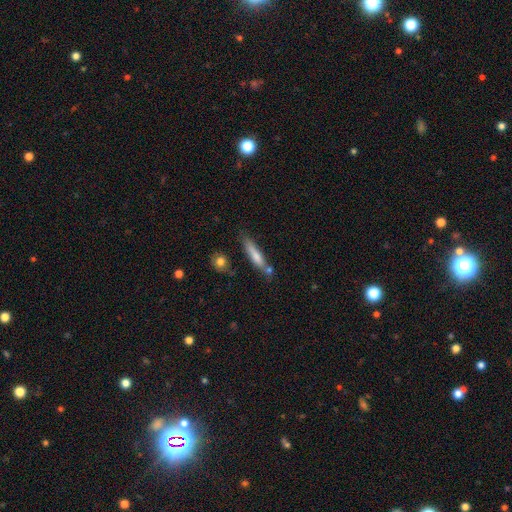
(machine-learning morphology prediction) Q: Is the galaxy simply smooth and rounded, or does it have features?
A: smooth — 71%.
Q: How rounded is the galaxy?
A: cigar-shaped — 85%.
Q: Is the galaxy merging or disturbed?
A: none — 66%.